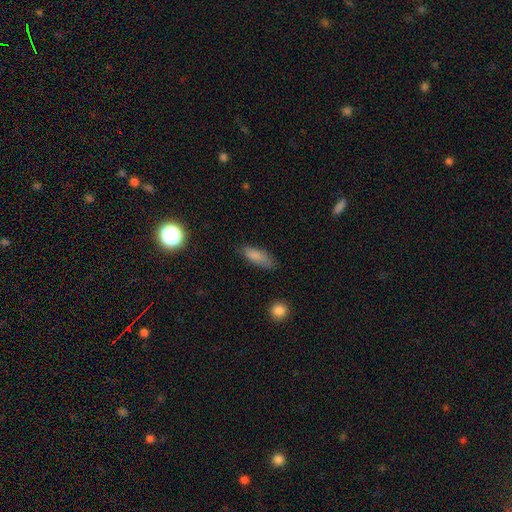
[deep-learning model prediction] A smooth galaxy with no disk features (84%) that is in between round and cigar-shaped (72%). Merging: none (71%).